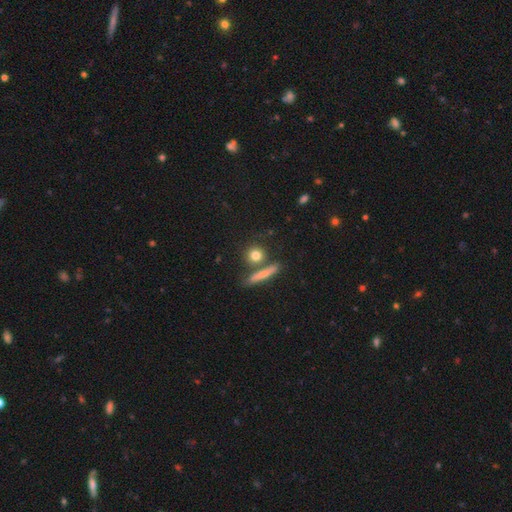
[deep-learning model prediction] Morphology: type=smooth (78%); roundness=round (72%); merging=none (73%).